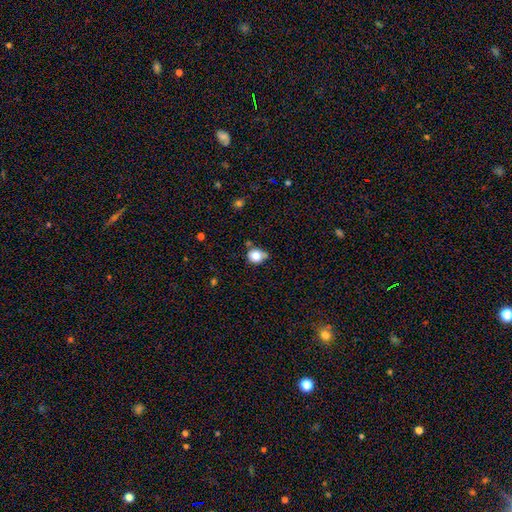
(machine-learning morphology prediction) A smooth galaxy with no disk features (79%) that is round (69%).

Vote fractions:
- Smooth or featured? smooth: 79% / star or artifact: 10% / featured or disk: 10%
- How rounded? round: 69% / in between: 30% / cigar-shaped: 1%
- Merging? none: 51% / minor disturbance: 32% / merger: 9% / major disturbance: 7%